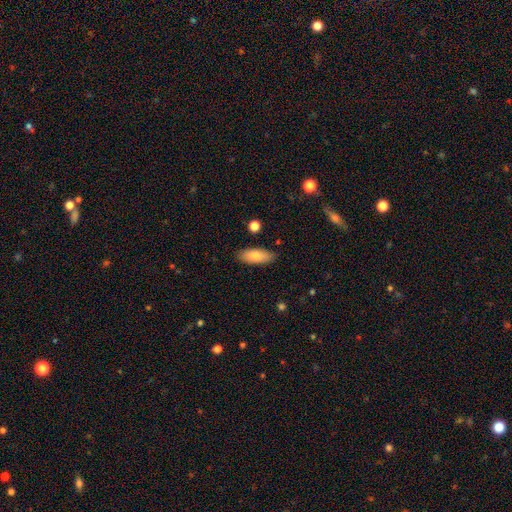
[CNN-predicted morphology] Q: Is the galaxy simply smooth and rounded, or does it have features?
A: smooth — 82%.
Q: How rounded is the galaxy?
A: in between — 80%.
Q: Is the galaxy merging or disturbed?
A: none — 86%.